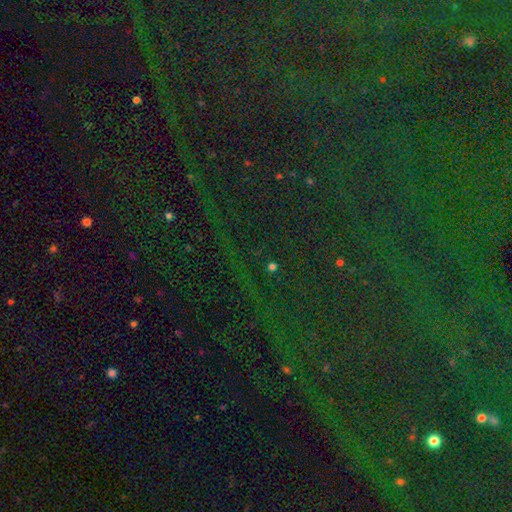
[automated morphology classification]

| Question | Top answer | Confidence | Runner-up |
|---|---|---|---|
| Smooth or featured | star or artifact | 83% | smooth (9%) |